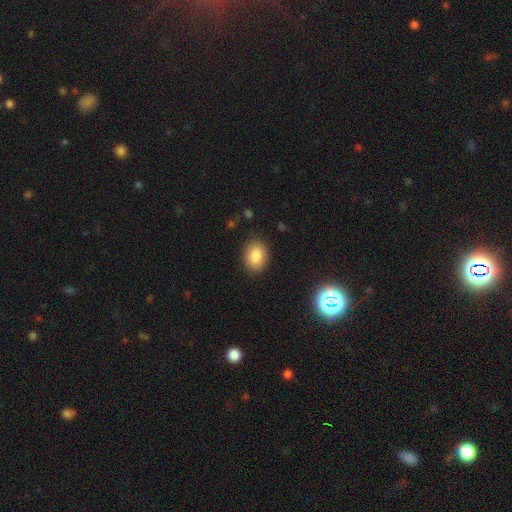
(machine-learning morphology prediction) Smooth or featured?
  - smooth: 85% *
  - star or artifact: 9%
  - featured or disk: 7%
How rounded?
  - in between: 73% *
  - round: 26%
  - cigar-shaped: 1%
Merging?
  - none: 86% *
  - minor disturbance: 10%
  - major disturbance: 3%
  - merger: 1%